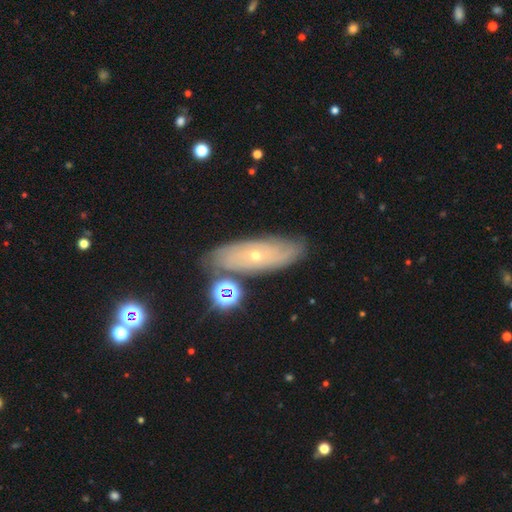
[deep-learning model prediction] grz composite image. It shows a featured or disk galaxy (62%). Merging: none (80%).